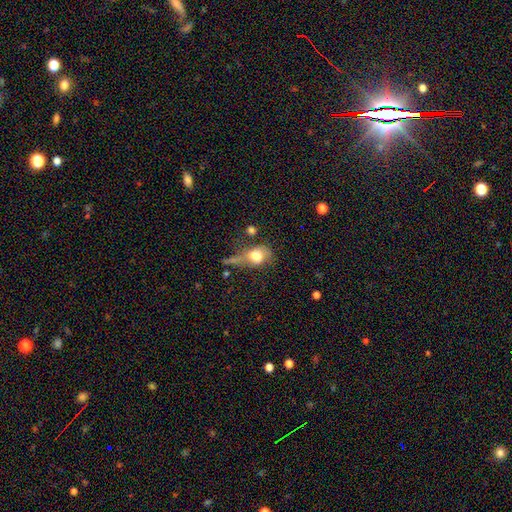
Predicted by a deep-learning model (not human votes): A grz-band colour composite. It shows a smooth galaxy with no disk features (64%) that is in between round and cigar-shaped (64%). Merging: major disturbance (34%).